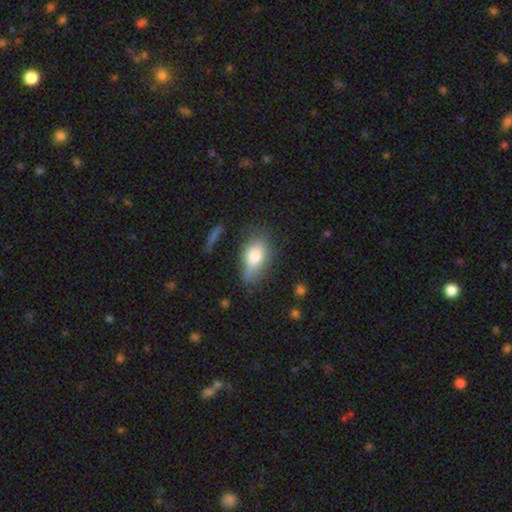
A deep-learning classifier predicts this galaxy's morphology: Smooth or featured? smooth (74%)
How rounded? in between (84%)
Merging? none (59%)